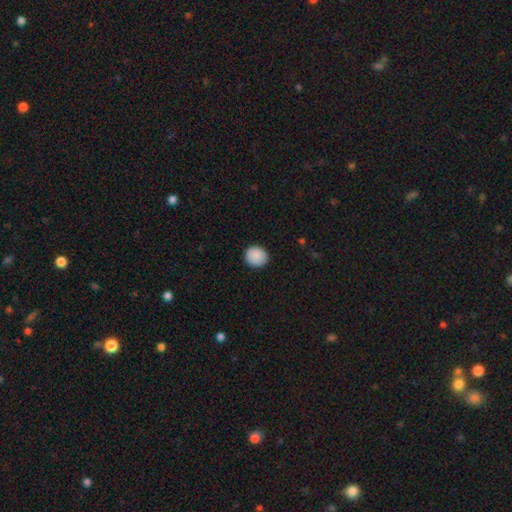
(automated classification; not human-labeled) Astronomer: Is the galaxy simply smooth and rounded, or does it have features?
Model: smooth — 90%.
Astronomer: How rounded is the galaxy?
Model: round — 89%.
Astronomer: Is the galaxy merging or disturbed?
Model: none — 91%.